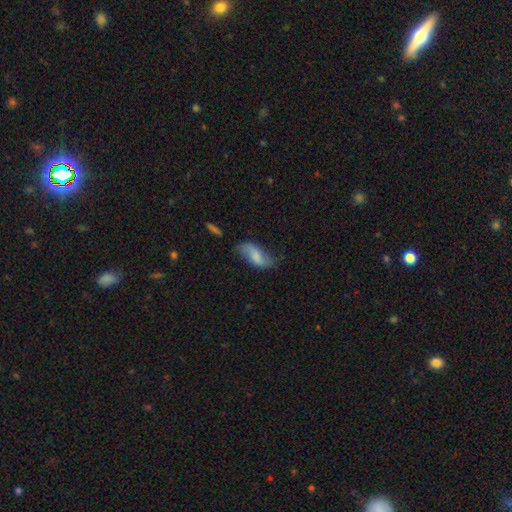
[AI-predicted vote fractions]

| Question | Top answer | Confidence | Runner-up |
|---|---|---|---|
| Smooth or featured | smooth | 53% | featured or disk (39%) |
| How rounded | in between | 84% | cigar-shaped (13%) |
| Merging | none | 55% | minor disturbance (30%) |